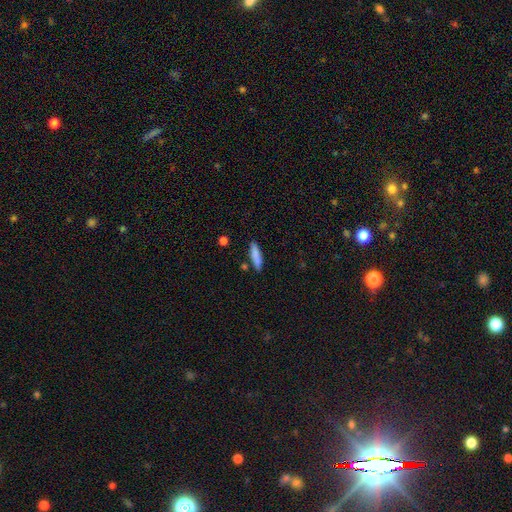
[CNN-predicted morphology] type=smooth (84%); roundness=cigar-shaped (73%); merging=none (83%).